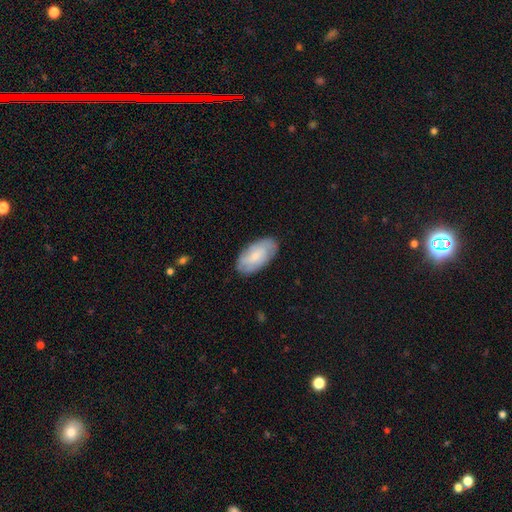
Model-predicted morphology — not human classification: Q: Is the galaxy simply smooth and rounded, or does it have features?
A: smooth — 52%.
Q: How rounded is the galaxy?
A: in between — 93%.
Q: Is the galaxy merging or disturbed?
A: none — 83%.